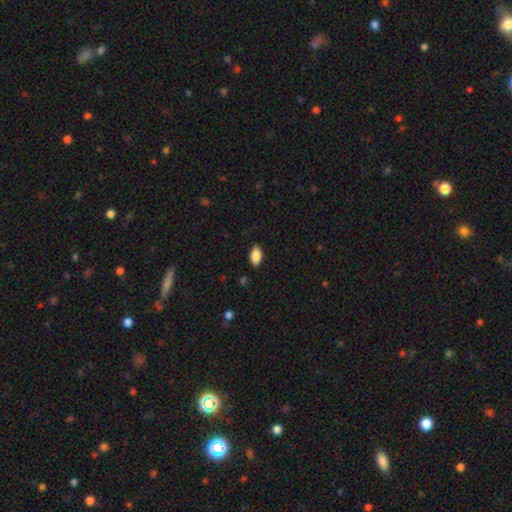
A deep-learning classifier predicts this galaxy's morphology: smooth_or_featured: smooth (p=0.87) [alt: star or artifact p=0.07]
how_rounded: in between (p=0.93) [alt: round p=0.04]
merging: none (p=0.86) [alt: minor disturbance p=0.11]